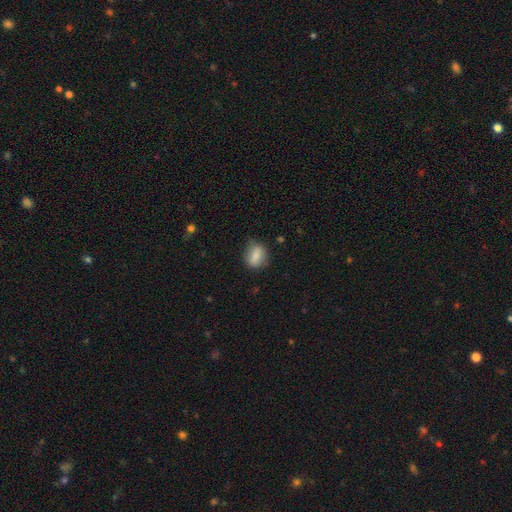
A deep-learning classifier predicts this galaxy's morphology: smooth_or_featured: smooth (p=0.81) [alt: featured or disk p=0.11]
how_rounded: in between (p=0.66) [alt: round p=0.31]
merging: none (p=0.75) [alt: minor disturbance p=0.19]